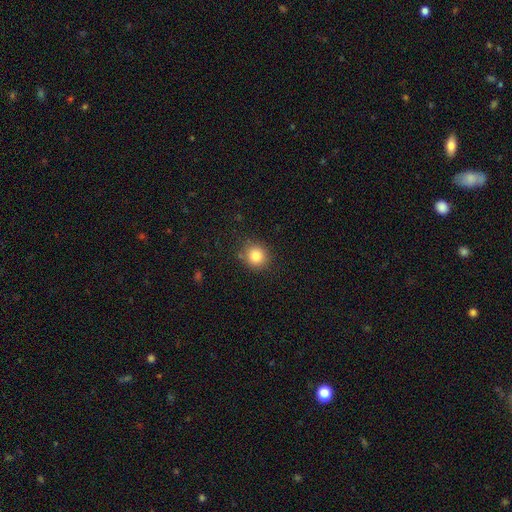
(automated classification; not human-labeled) Morphology: type=smooth (83%); roundness=round (89%); merging=none (86%).